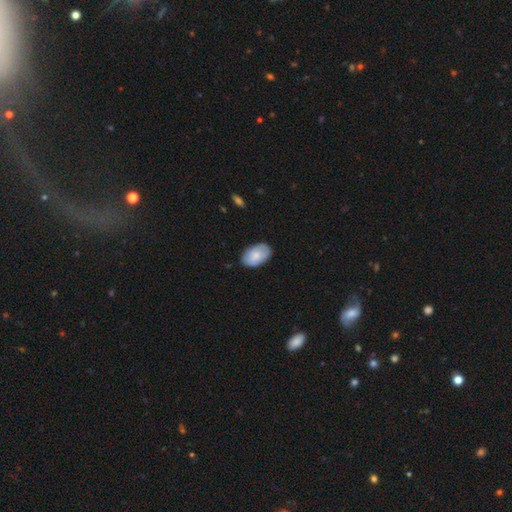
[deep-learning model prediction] Smooth or featured: smooth — 81% (featured or disk — 14%)
How rounded: in between — 92% (round — 7%)
Merging: none — 84% (minor disturbance — 13%)